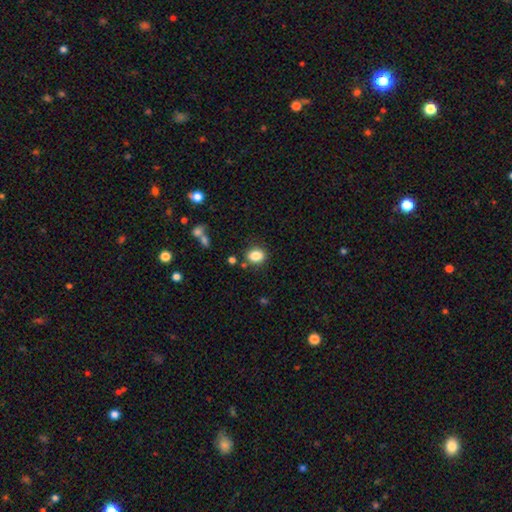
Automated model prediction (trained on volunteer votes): This is clearly a smooth galaxy (84%). How rounded: possibly in between (52%). Merging: clearly none (81%).